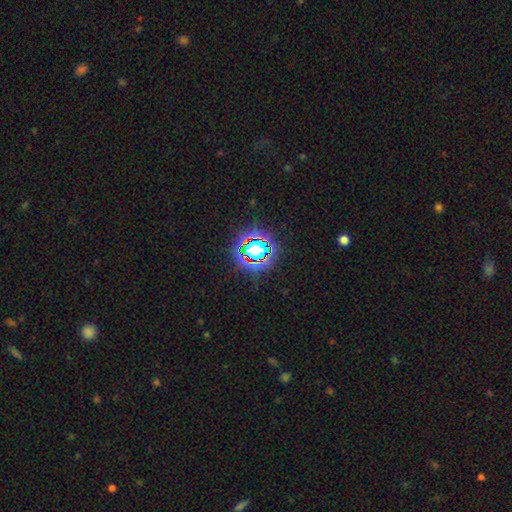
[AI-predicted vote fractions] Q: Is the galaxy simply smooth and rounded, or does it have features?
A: star or artifact — 76%.